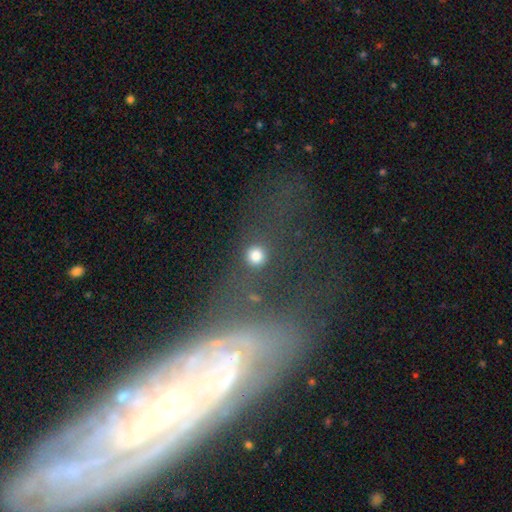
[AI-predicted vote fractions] This appears to be a smooth galaxy with no disk features (77%) that is round (92%). Merging: none (80%).